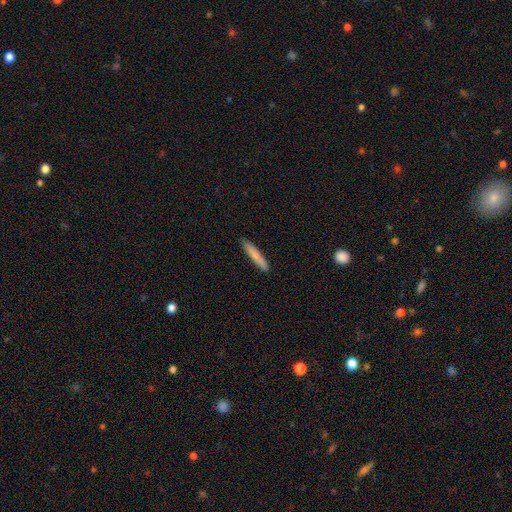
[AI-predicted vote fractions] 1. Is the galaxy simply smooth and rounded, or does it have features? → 75% smooth, 19% featured or disk, 6% star or artifact.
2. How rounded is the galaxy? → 93% cigar-shaped, 6% in between, 1% round.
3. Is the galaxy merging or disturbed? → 89% none, 8% minor disturbance, 2% major disturbance, 1% merger.